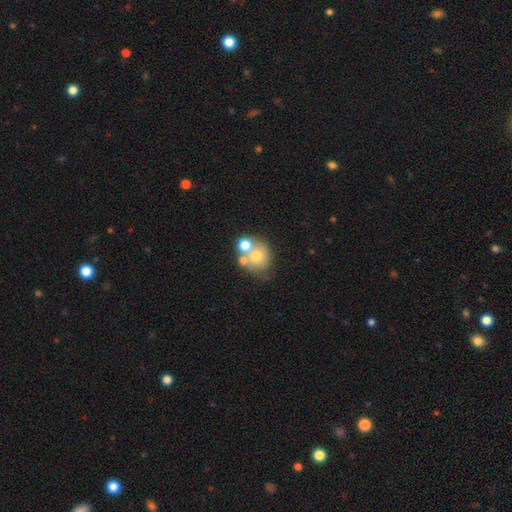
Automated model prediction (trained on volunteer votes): This appears to be a smooth galaxy with no disk features (61%) that is round (71%). Merging: merger (46%).